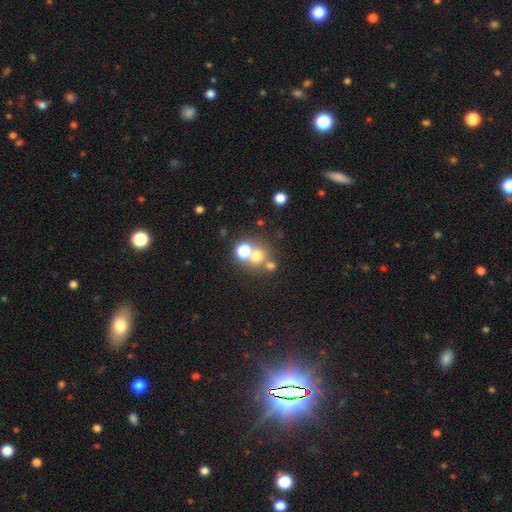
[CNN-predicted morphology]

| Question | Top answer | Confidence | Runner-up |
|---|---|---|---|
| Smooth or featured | smooth | 63% | star or artifact (23%) |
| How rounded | round | 86% | in between (13%) |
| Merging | none | 54% | merger (34%) |